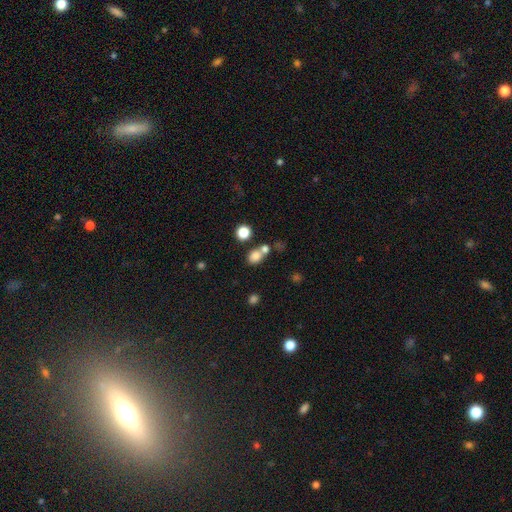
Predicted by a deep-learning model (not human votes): Smooth or featured? Predicted: smooth (p=0.78). How rounded? Predicted: round (p=0.60). Merging? Predicted: none (p=0.49).